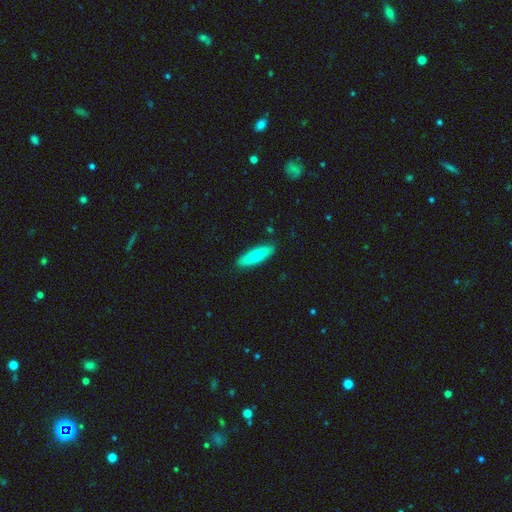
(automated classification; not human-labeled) A smooth galaxy with no disk features (77%) that is cigar-shaped (69%). Merging: none (89%).